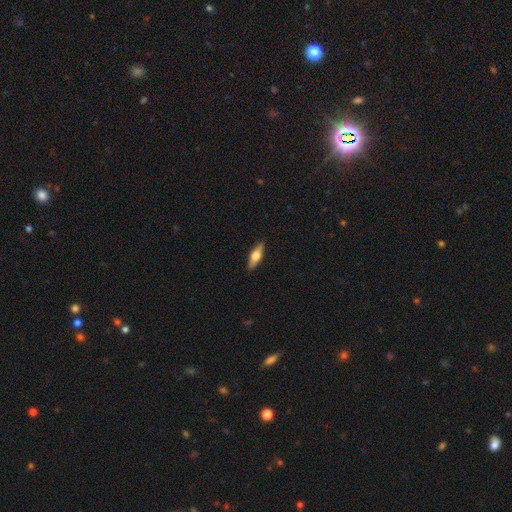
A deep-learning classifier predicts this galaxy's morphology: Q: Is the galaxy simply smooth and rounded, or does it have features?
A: smooth — 48%.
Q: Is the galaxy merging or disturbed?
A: none — 89%.